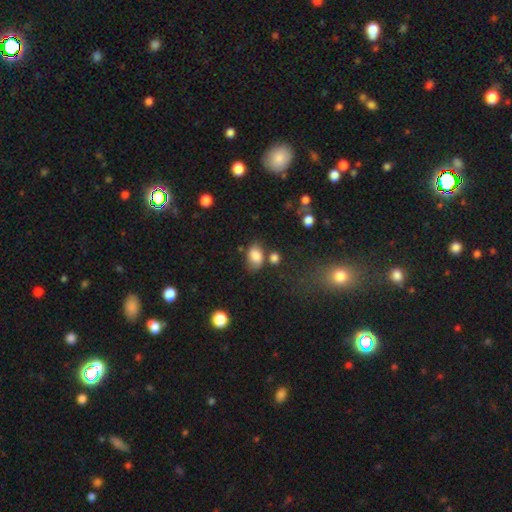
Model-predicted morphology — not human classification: type=smooth (79%); roundness=in between (82%); merging=none (54%).